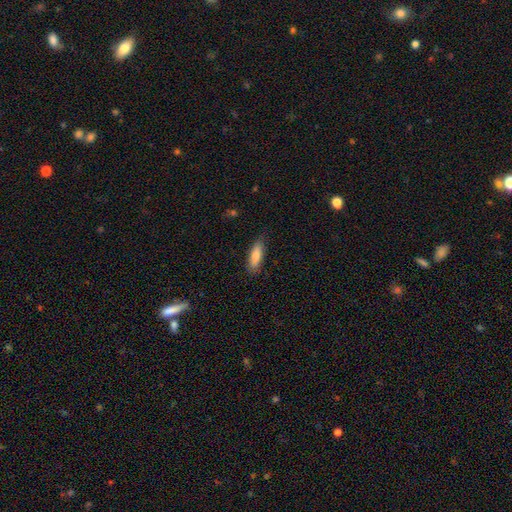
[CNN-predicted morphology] smooth 82%, featured or disk 12%, star or artifact 6%. Down the decision tree: how rounded — in between (55%); merging — none (82%).